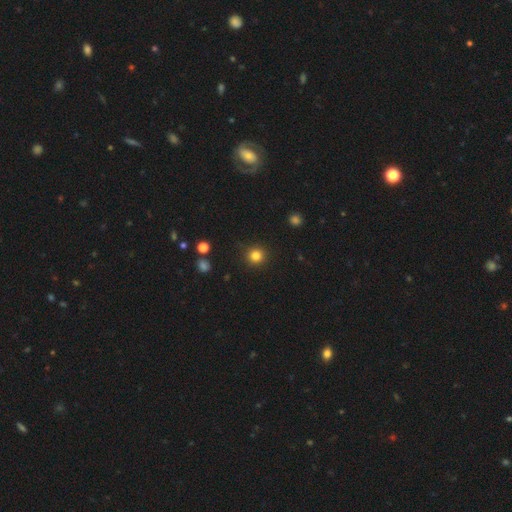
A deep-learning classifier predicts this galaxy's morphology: type=smooth (82%); roundness=round (94%); merging=none (90%).